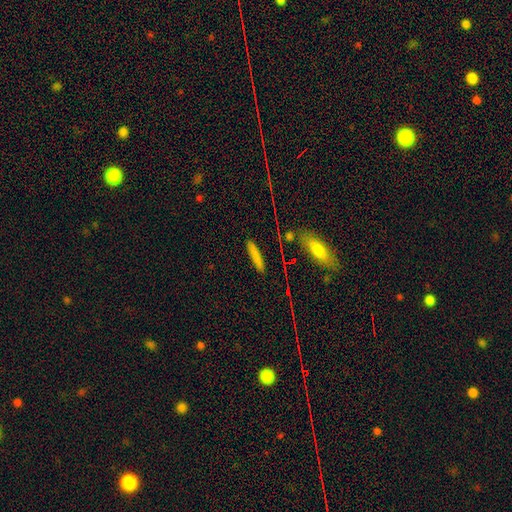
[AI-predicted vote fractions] smooth 73%, featured or disk 14%, star or artifact 12%. Down the decision tree: how rounded — cigar-shaped (86%); merging — none (86%).